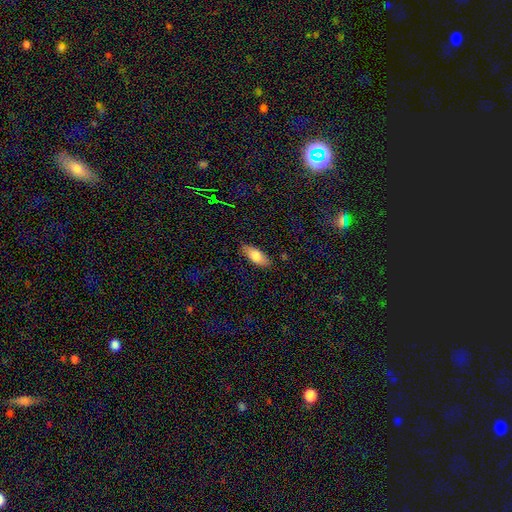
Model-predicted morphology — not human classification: Overall: smooth (78%). How rounded: in between (81%). Merging: none (85%).